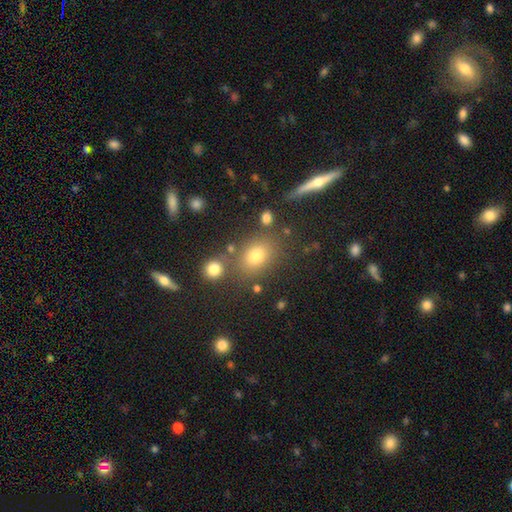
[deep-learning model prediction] This is likely a smooth galaxy (69%). How rounded: possibly in between (56%). Merging: likely none (75%).